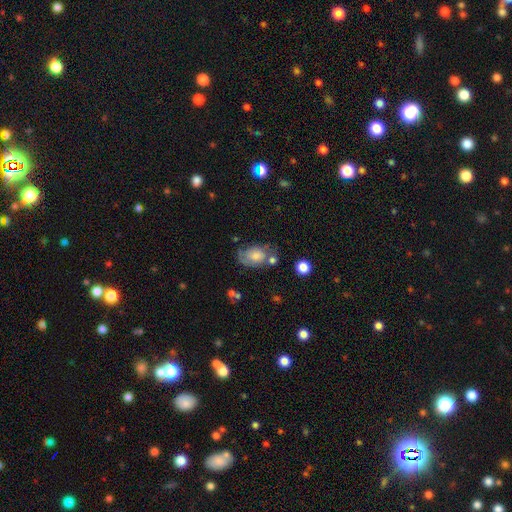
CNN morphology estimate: Smooth or featured: smooth — 58% (featured or disk — 33%)
How rounded: in between — 80% (round — 18%)
Merging: none — 44% (minor disturbance — 28%)